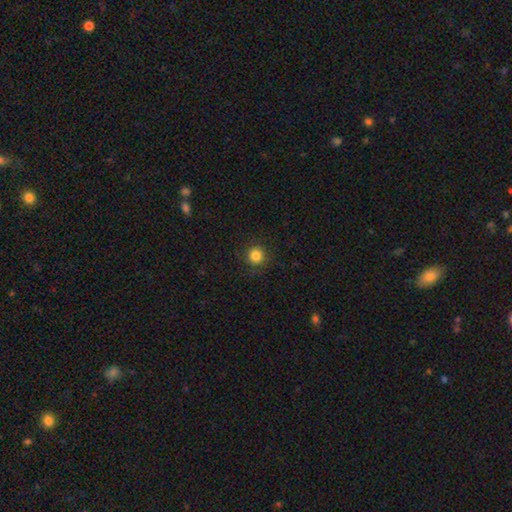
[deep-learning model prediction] A smooth galaxy with no disk features (84%) that is round (95%).

Vote fractions:
- Smooth or featured? smooth: 84% / star or artifact: 12% / featured or disk: 5%
- How rounded? round: 95% / in between: 4% / cigar-shaped: 1%
- Merging? none: 90% / minor disturbance: 6% / major disturbance: 2% / merger: 1%